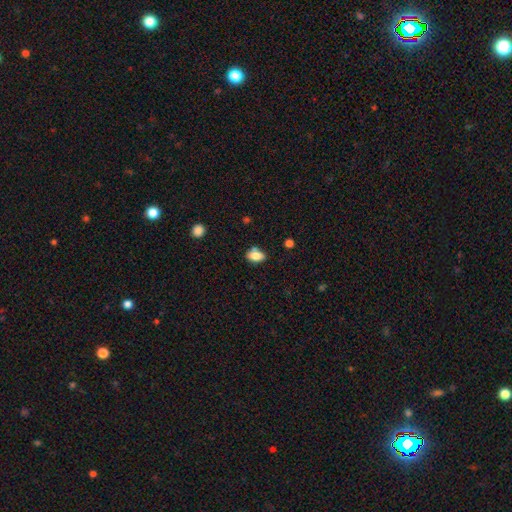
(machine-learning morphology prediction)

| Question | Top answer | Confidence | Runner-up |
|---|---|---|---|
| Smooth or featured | smooth | 81% | featured or disk (10%) |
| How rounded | in between | 86% | round (11%) |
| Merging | none | 69% | minor disturbance (18%) |